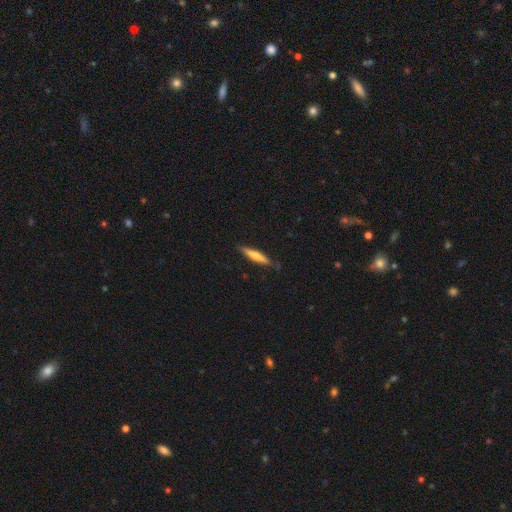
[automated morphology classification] A smooth galaxy with no disk features (61%) that is cigar-shaped (90%).

Vote fractions:
- Smooth or featured? smooth: 61% / featured or disk: 34% / star or artifact: 6%
- How rounded? cigar-shaped: 90% / in between: 9% / round: 1%
- Merging? none: 84% / minor disturbance: 13% / major disturbance: 2% / merger: 1%